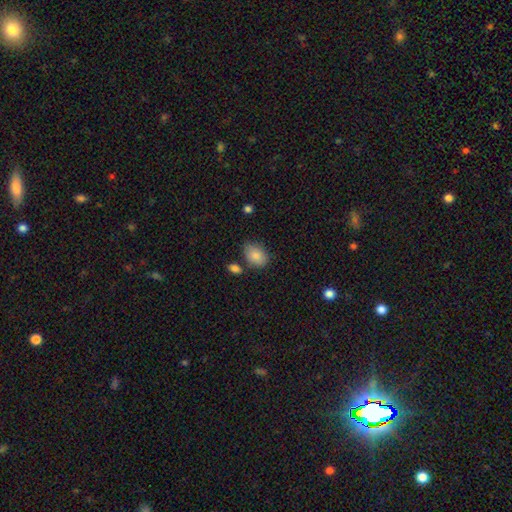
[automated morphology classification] Overall: smooth (85%). How rounded: in between (77%). Merging: none (67%).